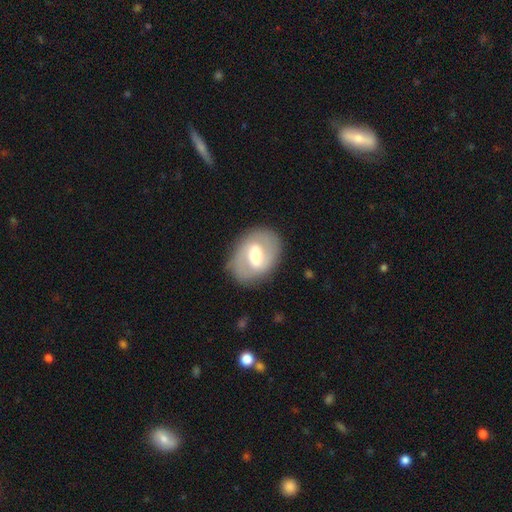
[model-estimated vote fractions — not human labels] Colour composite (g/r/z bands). It shows a featured or disk galaxy (58%) with a weak bar (46%), no spiral arms (50%, tied with yes) and a moderate central bulge (65%). Merging: none (80%).